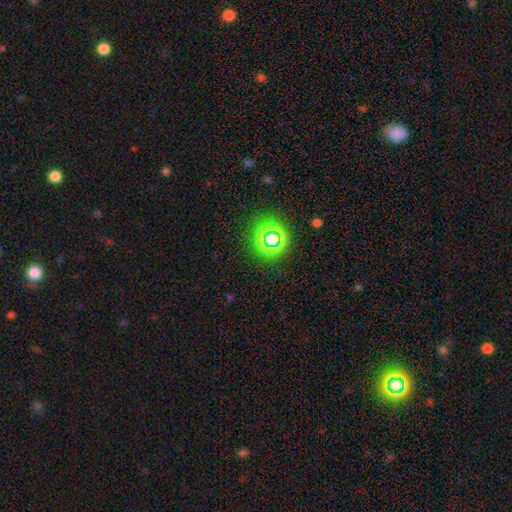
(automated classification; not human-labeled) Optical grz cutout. It shows a smooth galaxy with no disk features (59%) that is round (92%). Merging: none (91%).